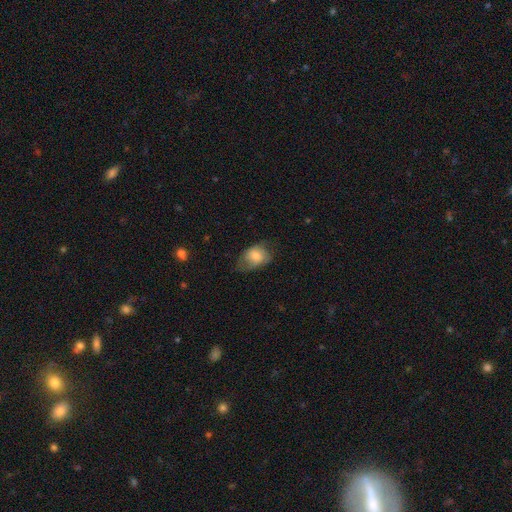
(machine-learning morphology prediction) smooth_or_featured: smooth (p=0.69) [alt: featured or disk p=0.23]
how_rounded: in between (p=0.77) [alt: round p=0.21]
merging: none (p=0.50) [alt: minor disturbance p=0.32]